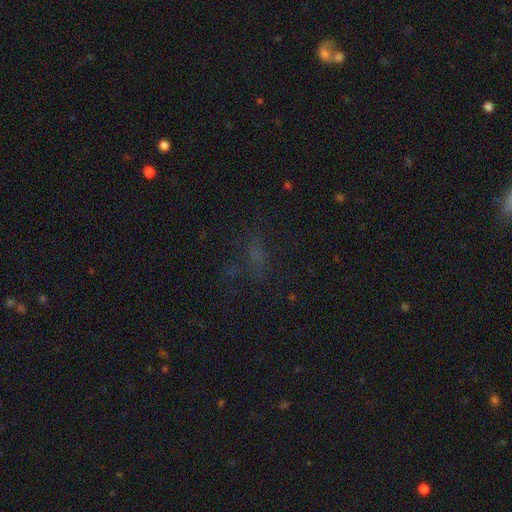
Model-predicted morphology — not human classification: Overall: star or artifact (41%, tied with smooth).